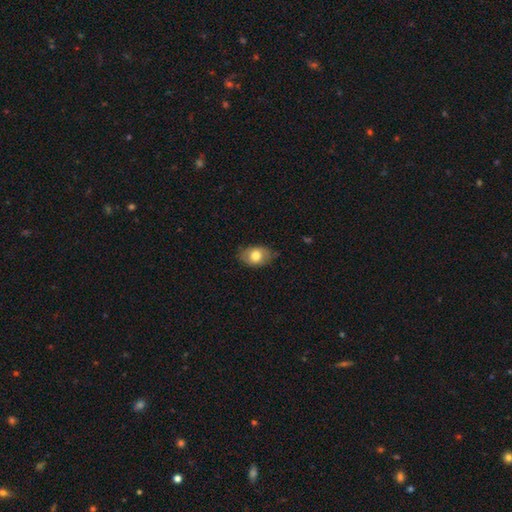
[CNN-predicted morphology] Smooth or featured: smooth — 73% (featured or disk — 20%)
How rounded: in between — 81% (round — 17%)
Merging: none — 72% (minor disturbance — 22%)